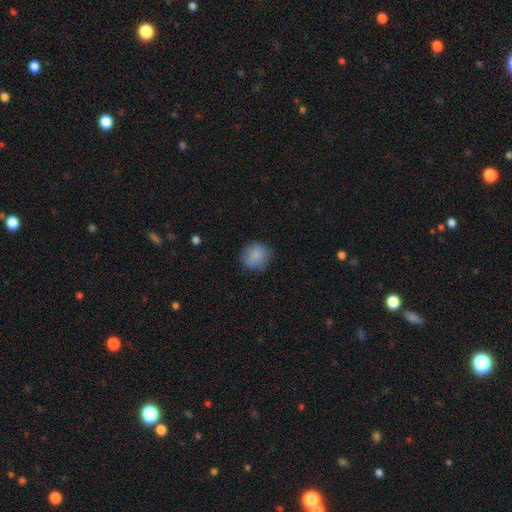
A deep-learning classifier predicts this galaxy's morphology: A smooth galaxy with no disk features (84%) that is round (79%). Merging: none (76%).